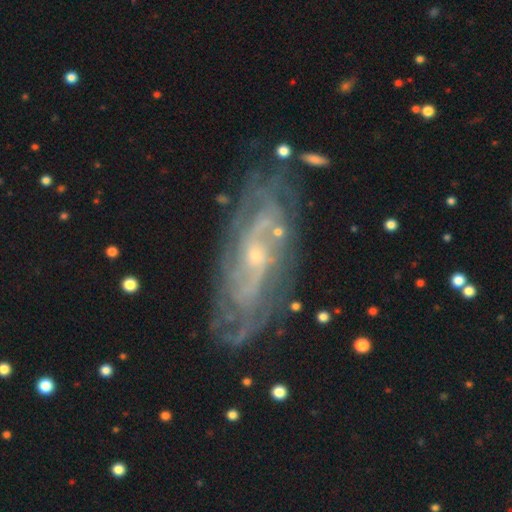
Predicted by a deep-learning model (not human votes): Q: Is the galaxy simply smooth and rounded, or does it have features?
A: featured or disk — 85%.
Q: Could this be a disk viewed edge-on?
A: no — 88%.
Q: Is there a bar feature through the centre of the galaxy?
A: no — 58%.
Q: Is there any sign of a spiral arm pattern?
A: yes — 93%.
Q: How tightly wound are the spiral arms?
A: tight — 60%.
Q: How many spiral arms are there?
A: can't tell — 45%.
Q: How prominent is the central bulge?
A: small — 76%.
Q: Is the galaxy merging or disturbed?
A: none — 80%.